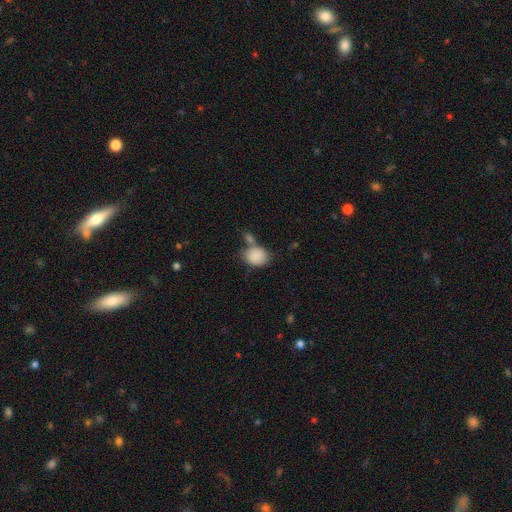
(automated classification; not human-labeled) A smooth galaxy with no disk features (87%) that is in between round and cigar-shaped (55%). Merging: none (45%).